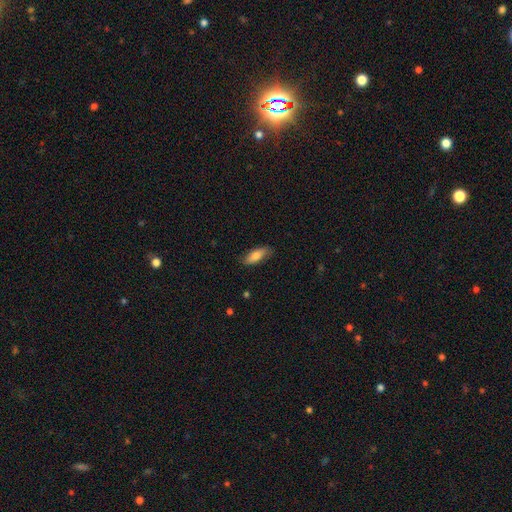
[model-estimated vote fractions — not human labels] Morphology: type=smooth (79%); roundness=in between (67%); merging=none (80%).